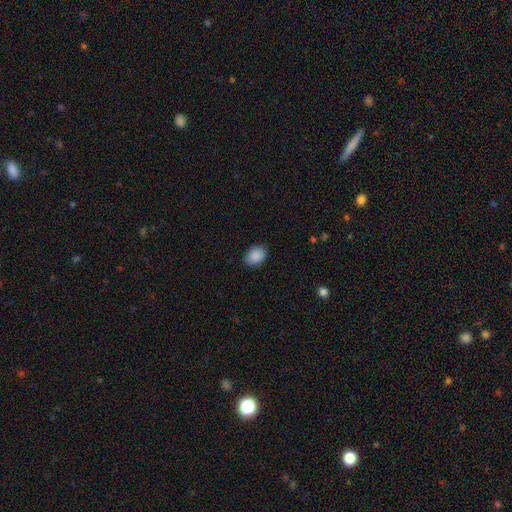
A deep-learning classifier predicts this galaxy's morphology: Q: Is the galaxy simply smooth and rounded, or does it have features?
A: smooth — 90%.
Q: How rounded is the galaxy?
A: in between — 75%.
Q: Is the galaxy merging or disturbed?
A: none — 87%.